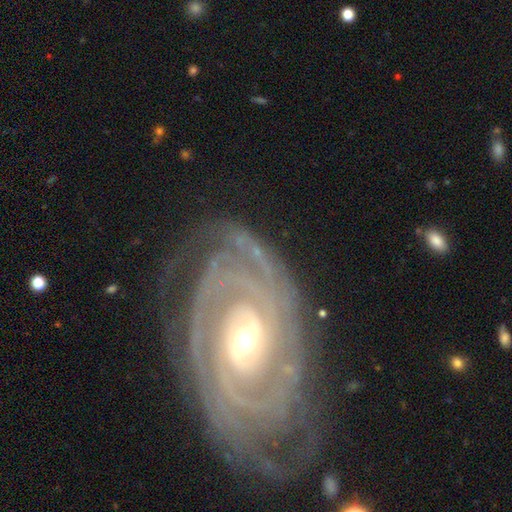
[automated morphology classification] A featured or disk galaxy (90%) with no bar (45%), 2 (25%) tight (82%) spiral arms (97%) and a moderate central bulge (51%). Merging: none (74%).